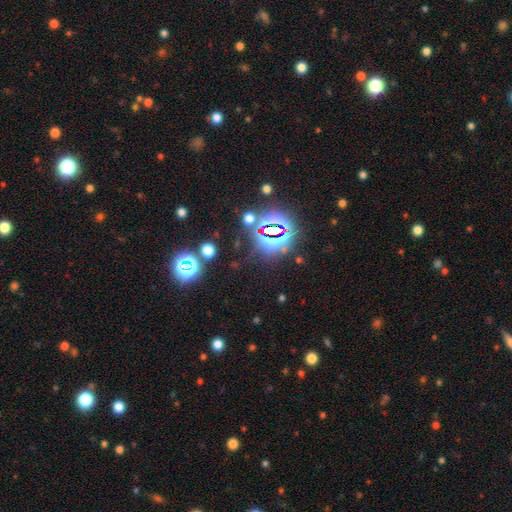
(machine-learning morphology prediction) A star or artifact, not a galaxy (82%).